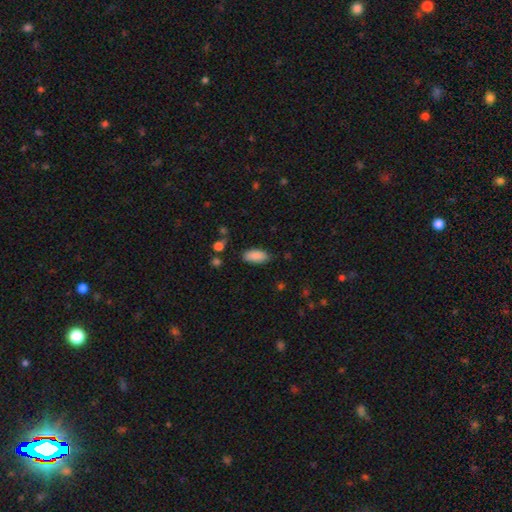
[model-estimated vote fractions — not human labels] Morphology: type=smooth (89%); roundness=in between (91%); merging=none (83%).